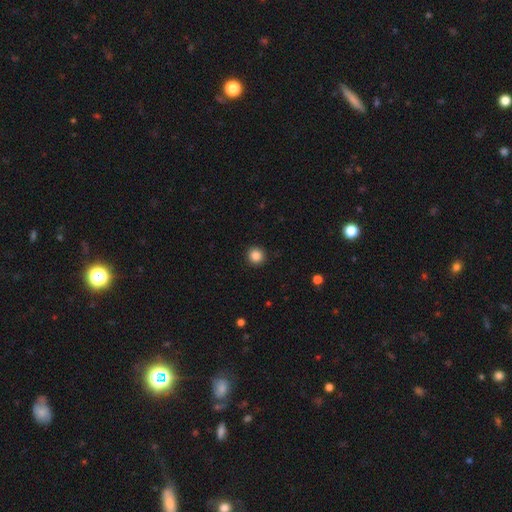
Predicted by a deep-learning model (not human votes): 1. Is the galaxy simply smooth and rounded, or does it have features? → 85% smooth, 11% star or artifact, 4% featured or disk.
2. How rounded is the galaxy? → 94% round, 5% in between, 1% cigar-shaped.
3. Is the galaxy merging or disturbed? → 93% none, 5% minor disturbance, 2% major disturbance, 1% merger.